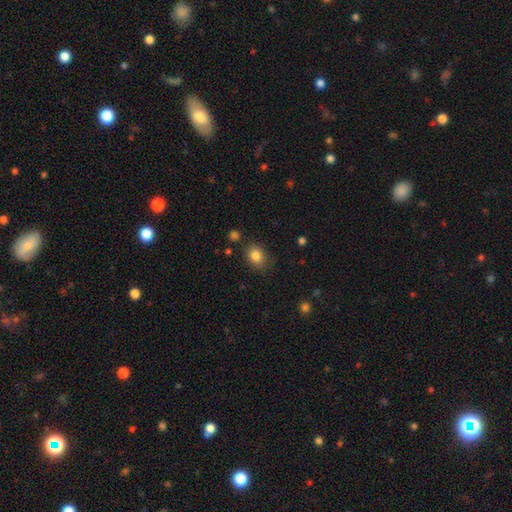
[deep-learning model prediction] smooth 85%, star or artifact 10%, featured or disk 5%. Down the decision tree: how rounded — in between (54%); merging — none (80%).